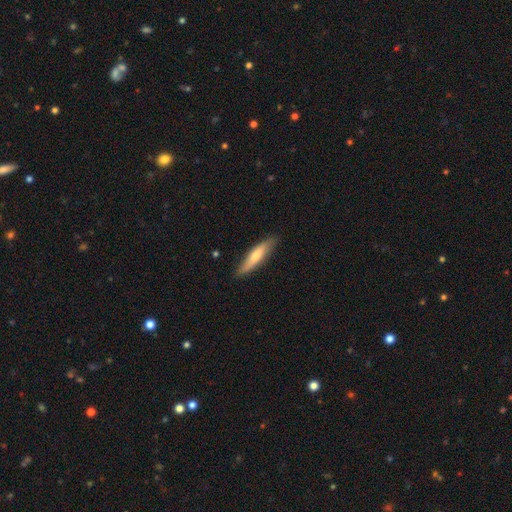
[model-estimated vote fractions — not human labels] The model was most divided on "smooth or featured": smooth: 65%, featured or disk: 30%, star or artifact: 5%. More confident: merging — none (83%); how rounded — cigar-shaped (82%).